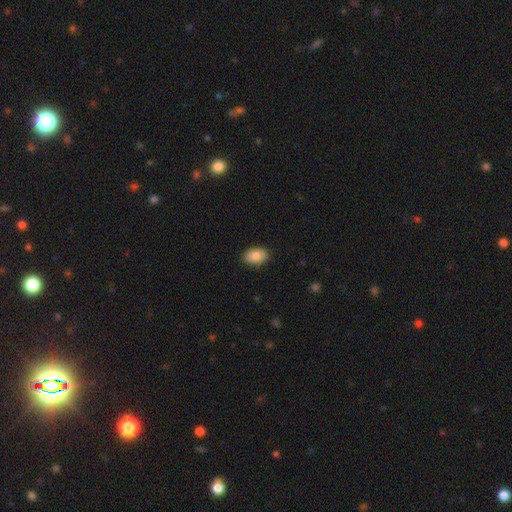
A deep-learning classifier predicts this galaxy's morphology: Smooth or featured? smooth (85%)
How rounded? in between (89%)
Merging? none (87%)